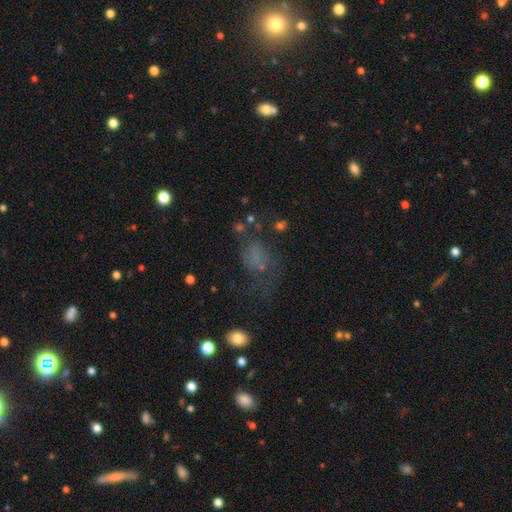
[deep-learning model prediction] Morphology: type=smooth (49%); merging=none (38%).